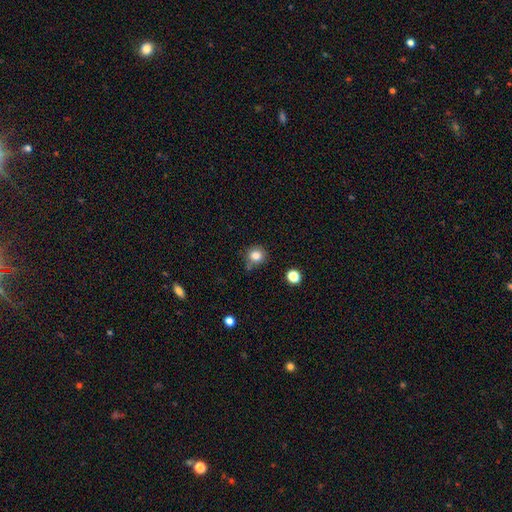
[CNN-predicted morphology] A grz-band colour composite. It shows a smooth galaxy with no disk features (82%) that is round (89%). Merging: none (73%).